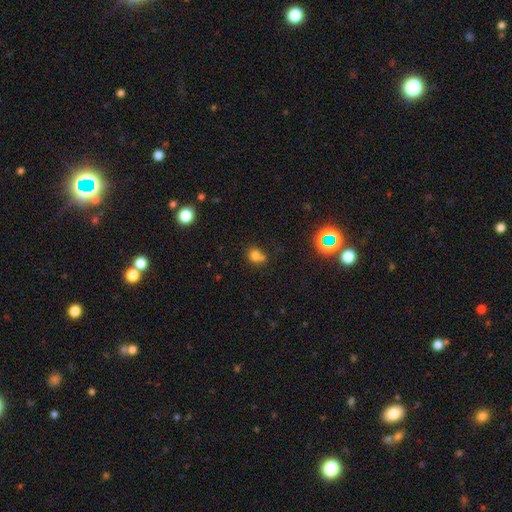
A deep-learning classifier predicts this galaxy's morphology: smooth-or-featured: smooth: 73% | star or artifact: 17% | featured or disk: 10%
  how-rounded: round: 74% | in between: 25% | cigar-shaped: 1%
  merging: none: 52% | merger: 30% | minor disturbance: 14% | major disturbance: 4%